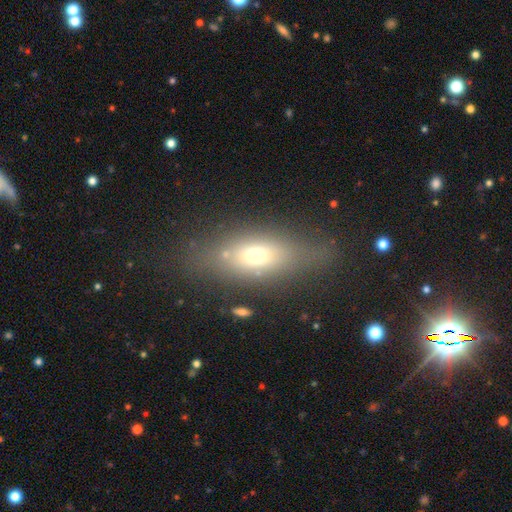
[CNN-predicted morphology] A smooth galaxy with no disk features (59%) that is in between round and cigar-shaped (65%). Merging: none (68%).